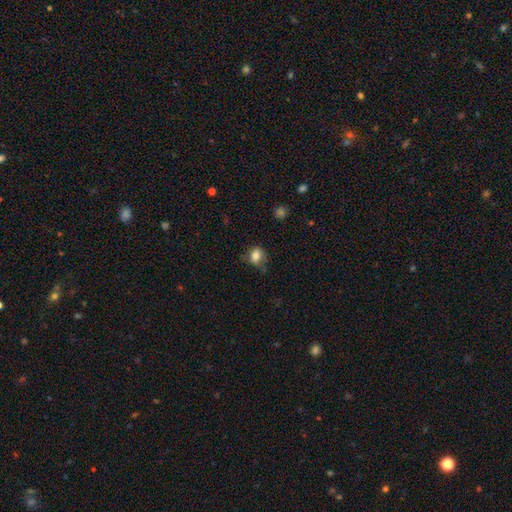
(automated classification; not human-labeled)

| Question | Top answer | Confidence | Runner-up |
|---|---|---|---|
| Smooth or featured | smooth | 77% | featured or disk (12%) |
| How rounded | in between | 51% | round (47%) |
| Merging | none | 52% | minor disturbance (31%) |